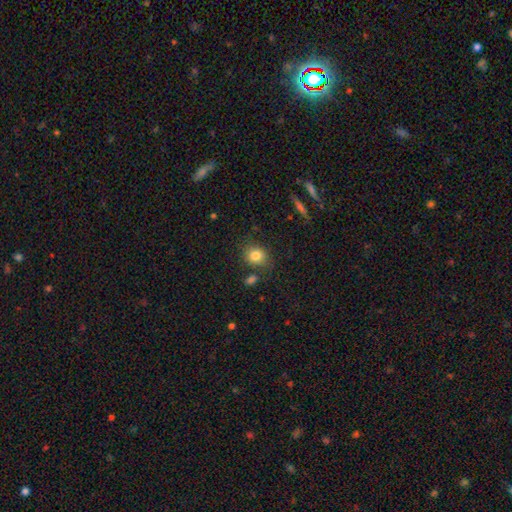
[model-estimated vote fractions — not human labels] Smooth or featured?
  - smooth: 82% *
  - star or artifact: 10%
  - featured or disk: 7%
How rounded?
  - round: 67% *
  - in between: 32%
  - cigar-shaped: 1%
Merging?
  - none: 77% *
  - minor disturbance: 13%
  - merger: 6%
  - major disturbance: 4%